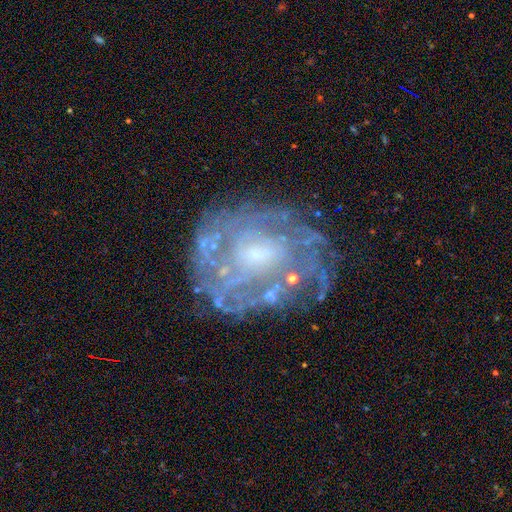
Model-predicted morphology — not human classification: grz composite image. It shows a featured or disk galaxy (78%) with no bar (62%), tight (66%) spiral arms (72%) and a small central bulge (58%). Merging: none (68%).